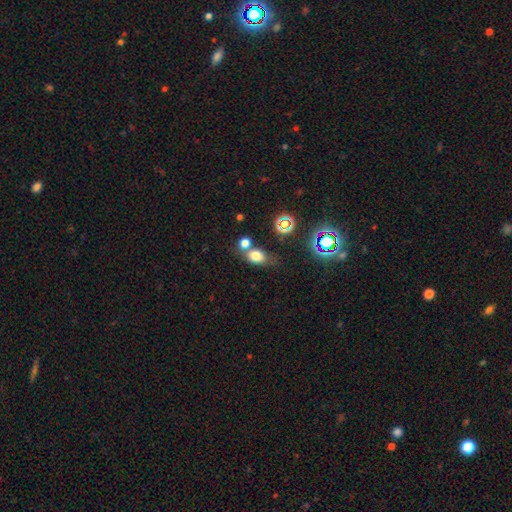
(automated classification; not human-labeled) A smooth galaxy with no disk features (73%) that is in between round and cigar-shaped (58%). Merging: none (50%).